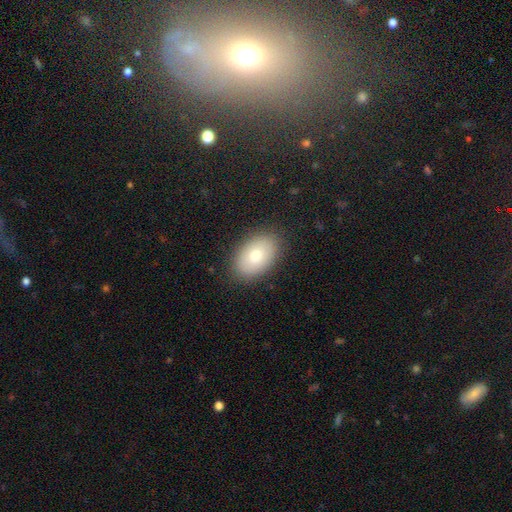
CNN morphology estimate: This appears to be a smooth galaxy with no disk features (76%) that is in between round and cigar-shaped (88%). Merging: none (87%).